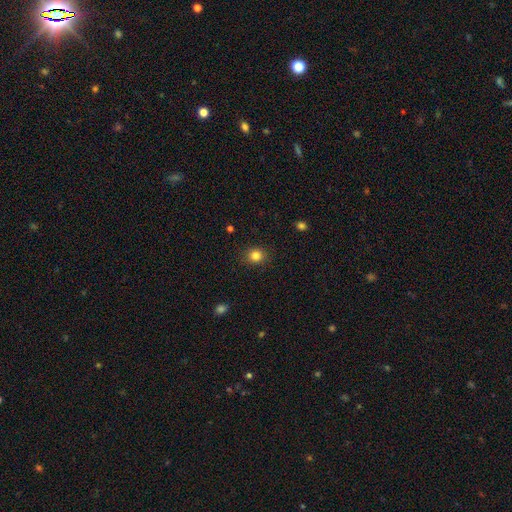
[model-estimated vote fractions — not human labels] Overall: smooth (83%). How rounded: round (81%). Merging: none (89%).